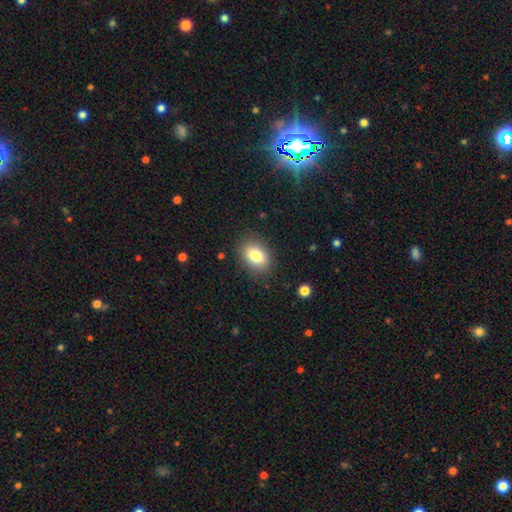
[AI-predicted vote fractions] smooth 82%, featured or disk 10%, star or artifact 9%. Down the decision tree: how rounded — in between (78%); merging — none (85%).